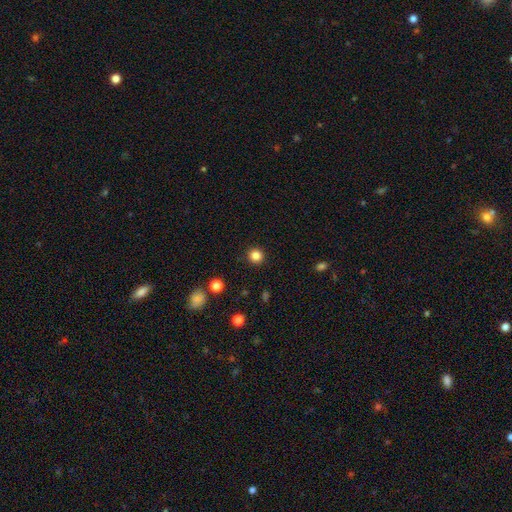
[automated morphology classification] Smooth or featured: smooth — 84% (star or artifact — 12%)
How rounded: round — 93% (in between — 6%)
Merging: none — 92% (minor disturbance — 5%)